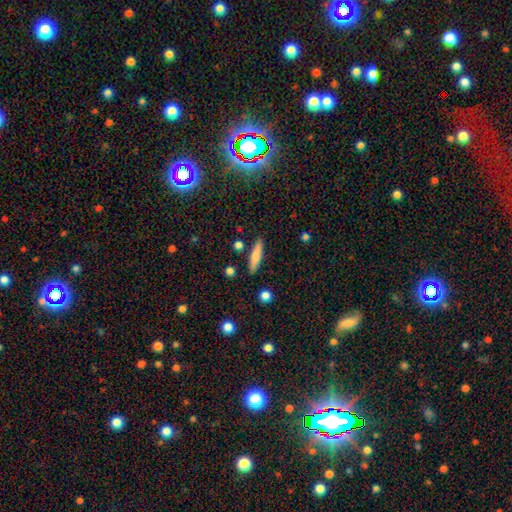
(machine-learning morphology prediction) smooth_or_featured: smooth (p=0.68) [alt: featured or disk p=0.25]
how_rounded: cigar-shaped (p=0.83) [alt: in between p=0.15]
merging: none (p=0.87) [alt: minor disturbance p=0.08]